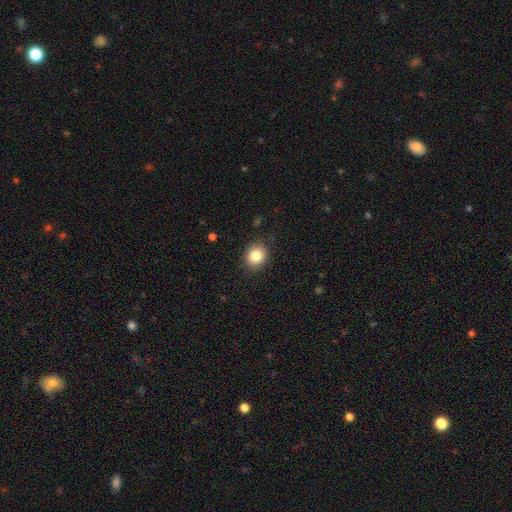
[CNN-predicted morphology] Smooth or featured? Predicted: smooth (p=0.84). How rounded? Predicted: round (p=0.65). Merging? Predicted: none (p=0.88).